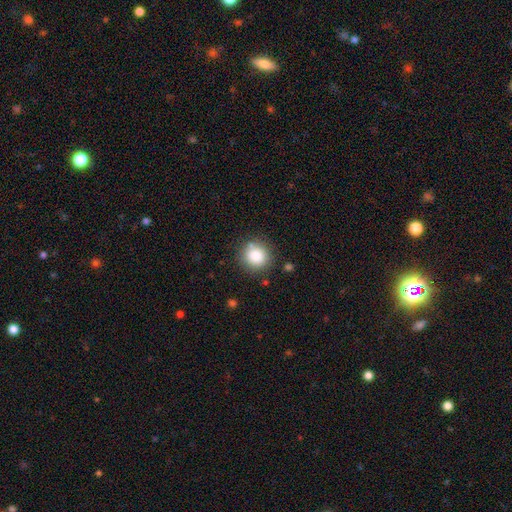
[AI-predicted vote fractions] A smooth galaxy with no disk features (84%) that is round (92%).

Vote fractions:
- Smooth or featured? smooth: 84% / star or artifact: 10% / featured or disk: 6%
- How rounded? round: 92% / in between: 7% / cigar-shaped: 1%
- Merging? none: 82% / minor disturbance: 10% / merger: 4% / major disturbance: 3%